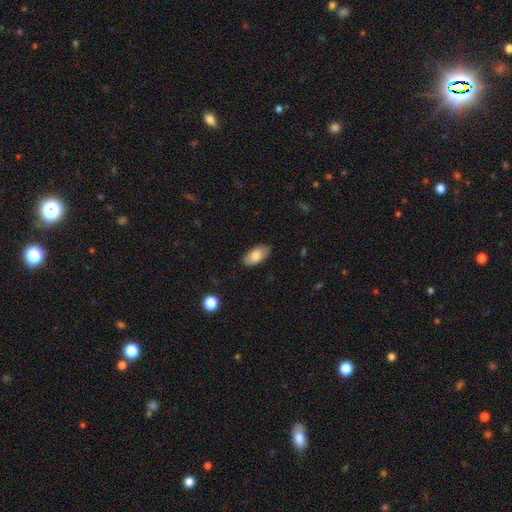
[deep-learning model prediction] A smooth galaxy with no disk features (83%) that is in between round and cigar-shaped (94%). Merging: none (84%).